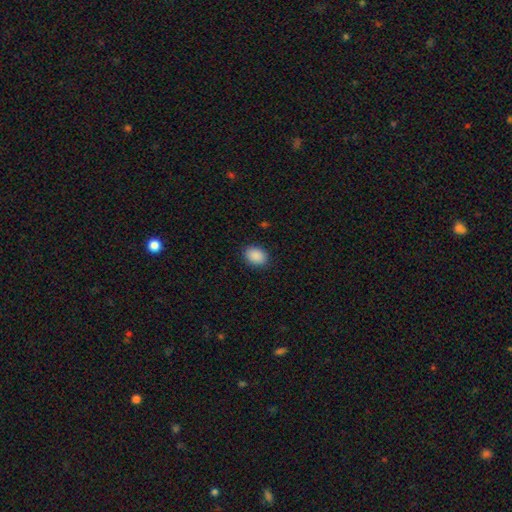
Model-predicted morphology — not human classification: type=smooth (90%); roundness=in between (69%); merging=none (89%).